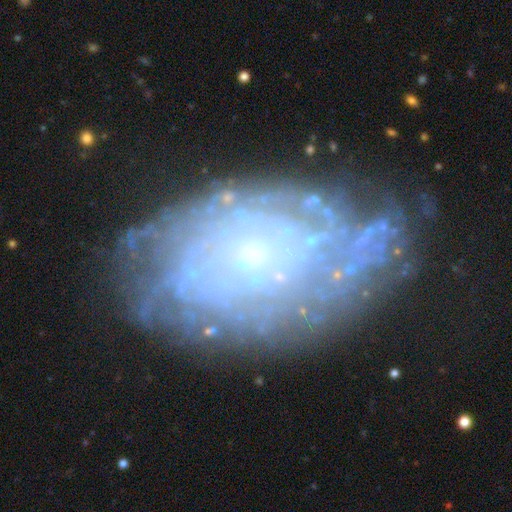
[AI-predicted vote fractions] A featured or disk galaxy (81%) with no bar (77%), tight (79%) spiral arms (90%) and a small central bulge (78%). Merging: none (72%).